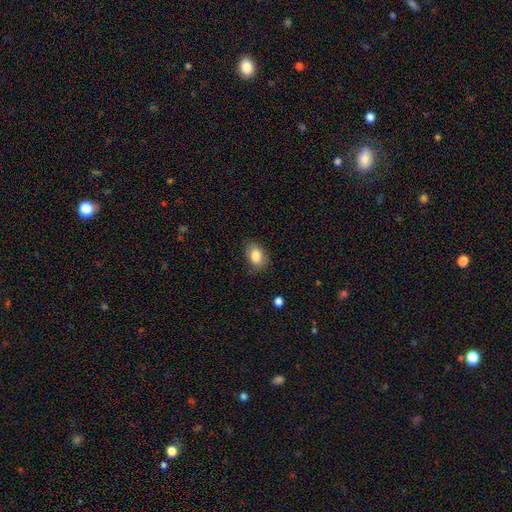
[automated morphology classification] type=smooth (85%); roundness=in between (84%); merging=none (74%).